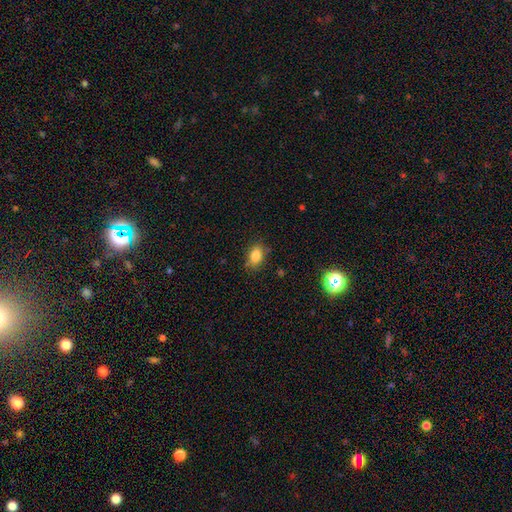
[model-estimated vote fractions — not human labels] A smooth galaxy with no disk features (84%) that is in between round and cigar-shaped (79%). Merging: none (78%).